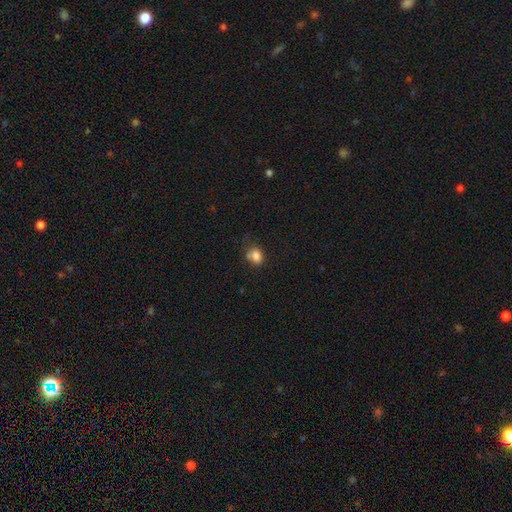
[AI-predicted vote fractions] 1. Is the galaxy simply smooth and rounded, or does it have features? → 81% smooth, 11% star or artifact, 8% featured or disk.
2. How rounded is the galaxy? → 59% in between, 40% round, 1% cigar-shaped.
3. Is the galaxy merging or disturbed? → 51% none, 26% minor disturbance, 14% merger, 10% major disturbance.